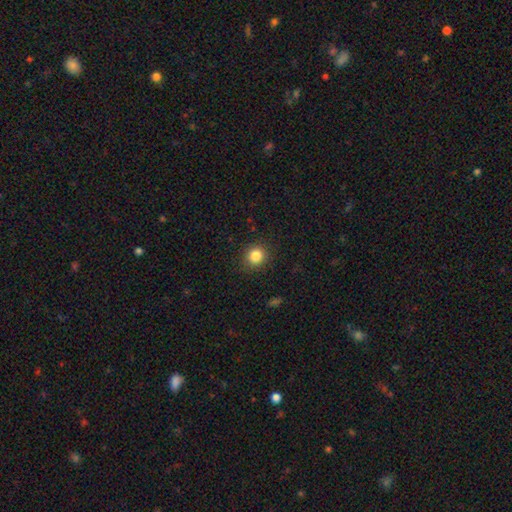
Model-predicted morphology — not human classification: This is clearly a smooth galaxy (84%). How rounded: clearly round (86%). Merging: clearly none (88%).